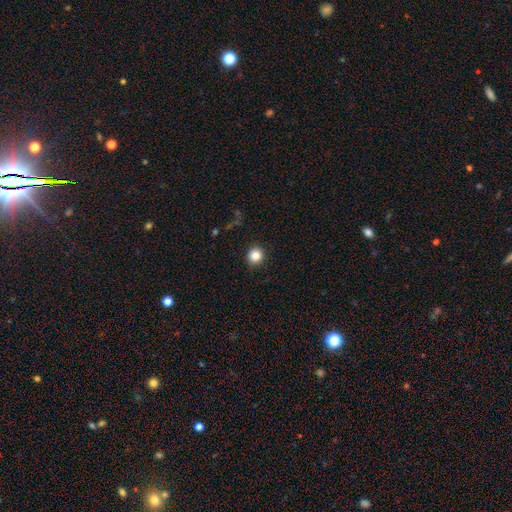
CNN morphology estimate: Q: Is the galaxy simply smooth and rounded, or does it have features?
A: smooth — 84%.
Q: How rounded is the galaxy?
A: round — 93%.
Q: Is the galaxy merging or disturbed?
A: none — 92%.